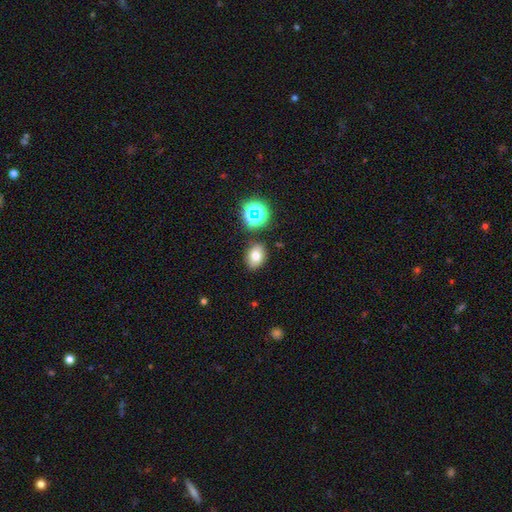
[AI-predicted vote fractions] smooth 74%, star or artifact 15%, featured or disk 11%. Down the decision tree: how rounded — in between (74%); merging — none (82%).